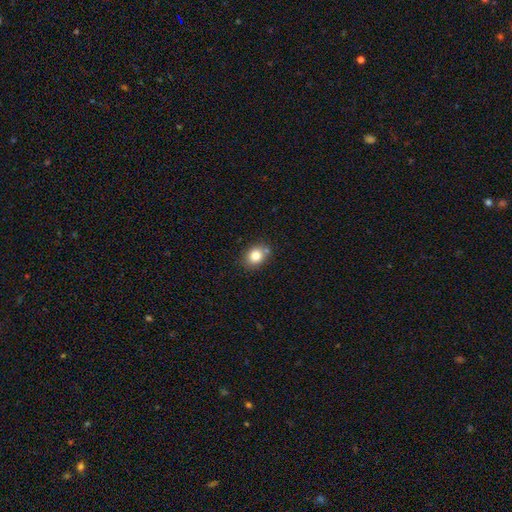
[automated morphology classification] This appears to be a smooth galaxy with no disk features (82%) that is round (61%). Merging: none (72%).